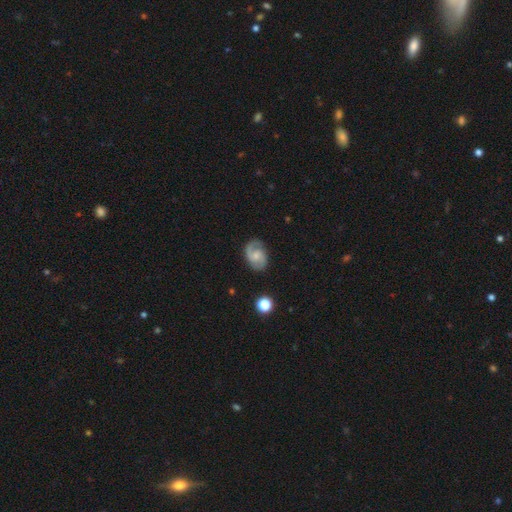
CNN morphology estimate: The model was most divided on "bar": no: 56%, weak: 38%, strong: 5%. More confident: edge-on disk — no (98%); spiral arms — yes (96%); spiral arm count — 2 (86%); smooth or featured — featured or disk (81%); merging — none (78%); bulge size — small (56%); spiral winding — medium (52%).